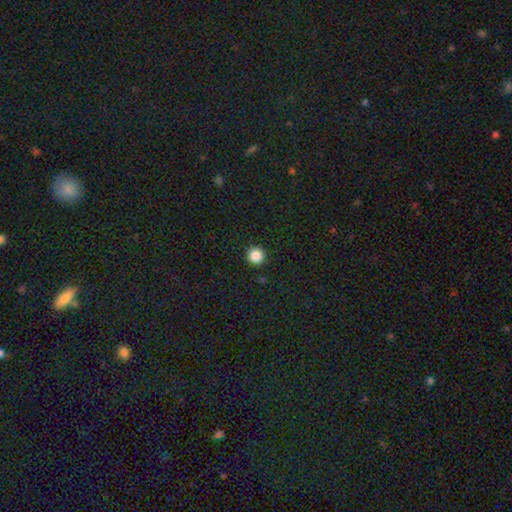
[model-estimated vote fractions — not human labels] Smooth or featured? smooth (86%)
How rounded? round (97%)
Merging? none (94%)